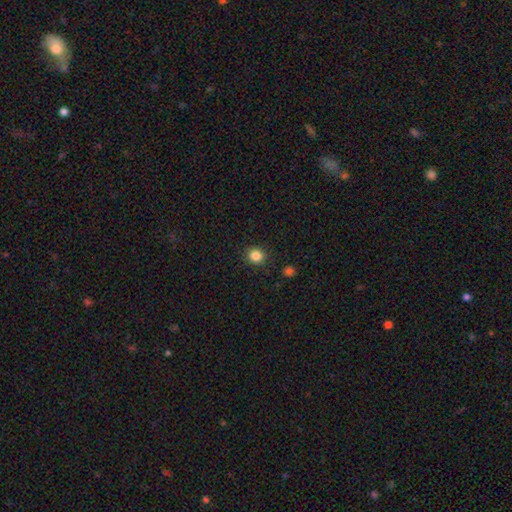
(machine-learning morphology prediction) Q: Smooth or featured?
A: smooth (84%); runner-up: star or artifact (12%)
Q: How rounded?
A: round (84%); runner-up: in between (16%)
Q: Merging?
A: none (90%); runner-up: minor disturbance (6%)